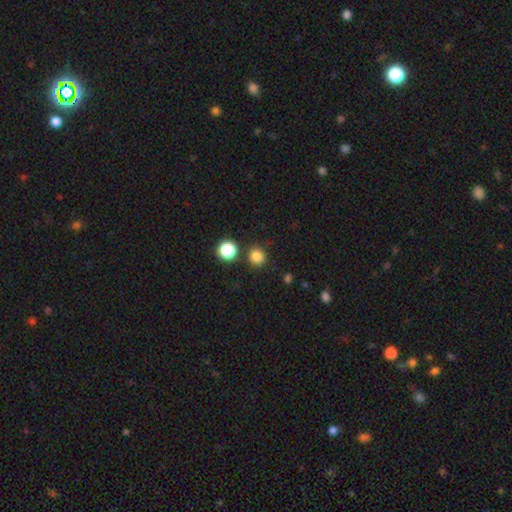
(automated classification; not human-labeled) Smooth or featured?
  - smooth: 82% *
  - star or artifact: 14%
  - featured or disk: 4%
How rounded?
  - round: 92% *
  - in between: 7%
  - cigar-shaped: 1%
Merging?
  - none: 85% *
  - minor disturbance: 7%
  - merger: 6%
  - major disturbance: 2%